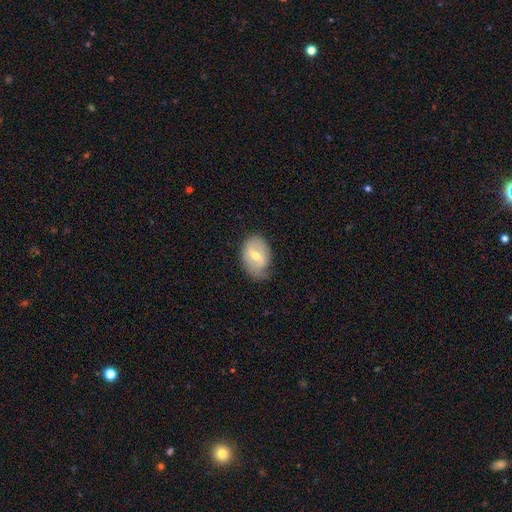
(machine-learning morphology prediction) A featured or disk galaxy (53%). Merging: none (64%).